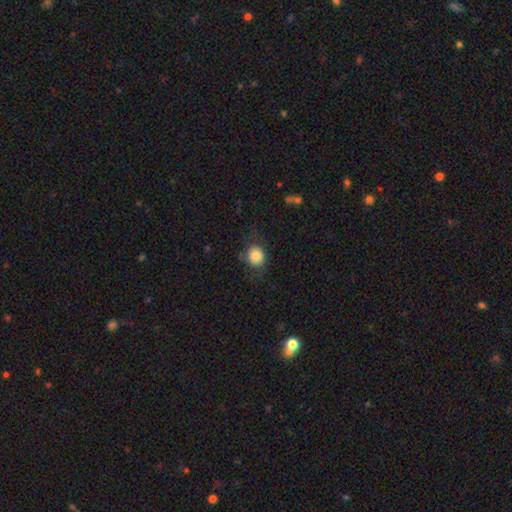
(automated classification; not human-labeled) Smooth or featured? Predicted: smooth (p=0.81). How rounded? Predicted: round (p=0.77). Merging? Predicted: none (p=0.75).